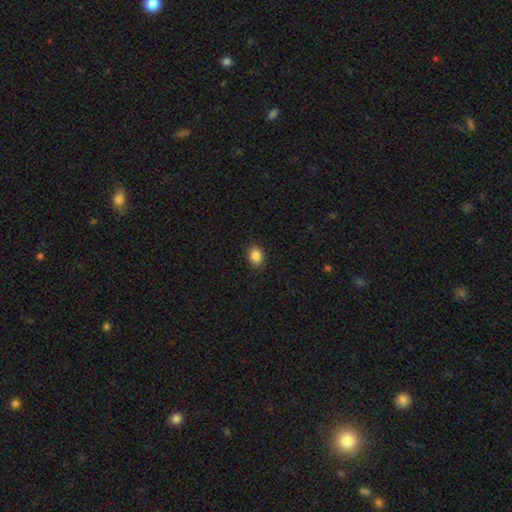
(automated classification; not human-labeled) A smooth galaxy with no disk features (87%) that is in between round and cigar-shaped (67%). Merging: none (89%).